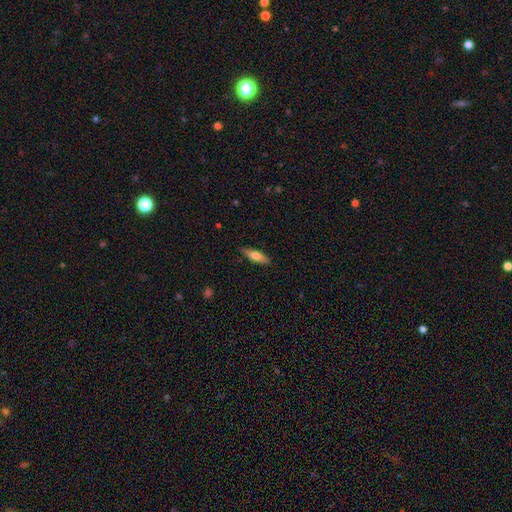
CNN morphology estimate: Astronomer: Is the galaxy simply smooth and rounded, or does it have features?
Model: smooth — 66%.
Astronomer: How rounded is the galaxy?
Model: cigar-shaped — 57% (runner-up: in between, 41%).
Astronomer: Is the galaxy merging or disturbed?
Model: none — 84%.